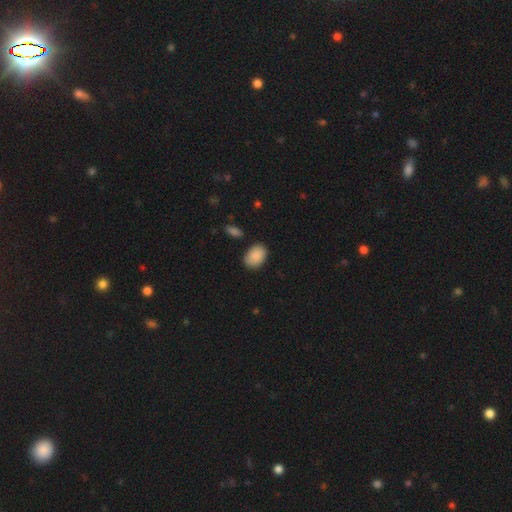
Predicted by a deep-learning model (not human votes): This appears to be a smooth galaxy with no disk features (89%) that is in between round and cigar-shaped (80%). Merging: none (82%).